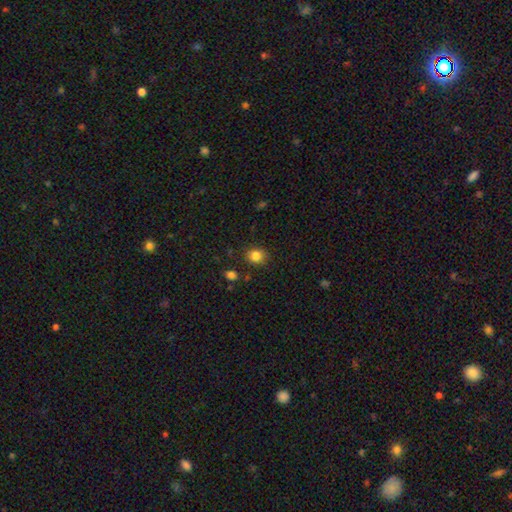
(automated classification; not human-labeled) A smooth galaxy with no disk features (83%) that is round (76%).

Vote fractions:
- Smooth or featured? smooth: 83% / star or artifact: 12% / featured or disk: 5%
- How rounded? round: 76% / in between: 24% / cigar-shaped: 1%
- Merging? none: 85% / minor disturbance: 10% / major disturbance: 3% / merger: 2%